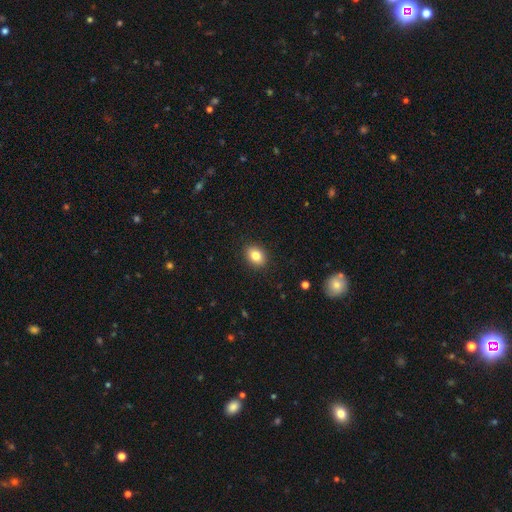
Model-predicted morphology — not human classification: type=smooth (83%); roundness=in between (61%); merging=none (90%).